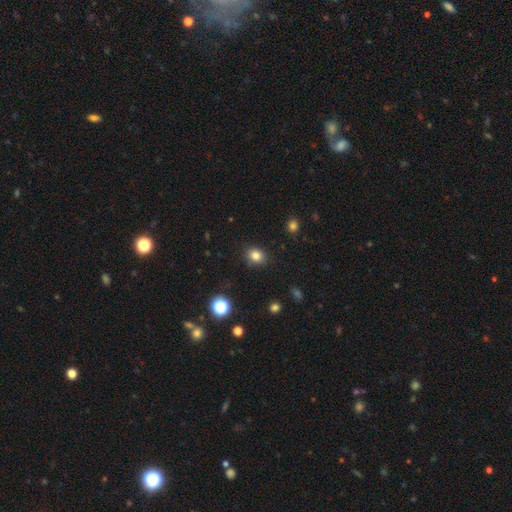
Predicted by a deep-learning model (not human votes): smooth 82%, star or artifact 13%, featured or disk 5%. Down the decision tree: how rounded — round (64%); merging — none (87%).